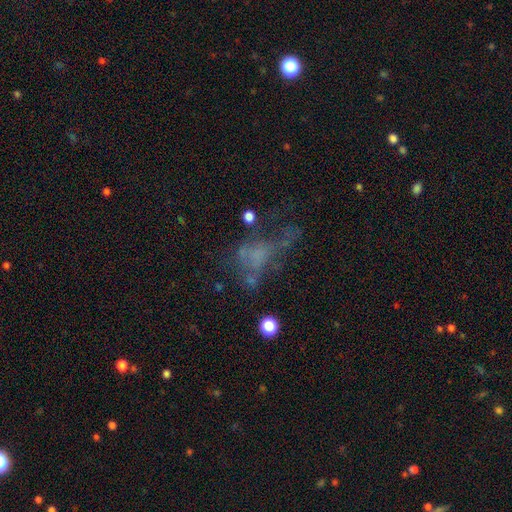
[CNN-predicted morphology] This appears to be a featured or disk galaxy (46%). Merging: major disturbance (43%).